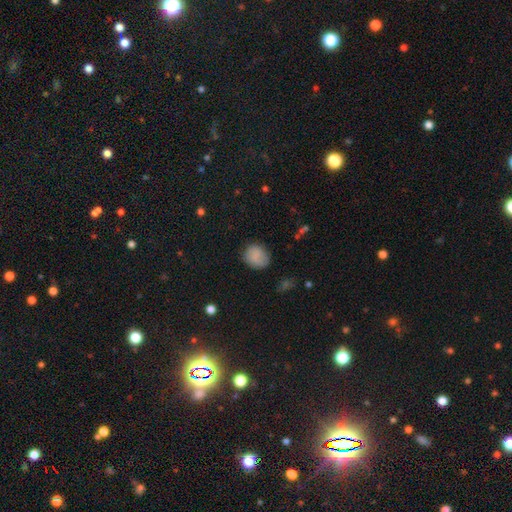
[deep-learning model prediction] Q: Smooth or featured?
A: smooth (83%); runner-up: featured or disk (8%)
Q: How rounded?
A: round (72%); runner-up: in between (27%)
Q: Merging?
A: none (81%); runner-up: minor disturbance (14%)